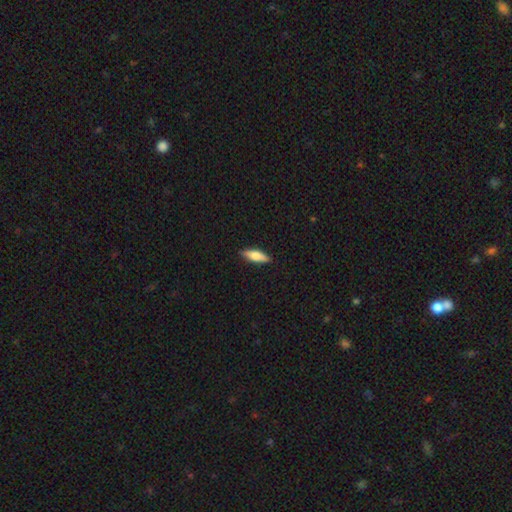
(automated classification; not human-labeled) smooth-or-featured: smooth: 69% | featured or disk: 26% | star or artifact: 6%
  how-rounded: cigar-shaped: 51% | in between: 47% | round: 2%
  merging: none: 88% | minor disturbance: 9% | major disturbance: 2% | merger: 1%